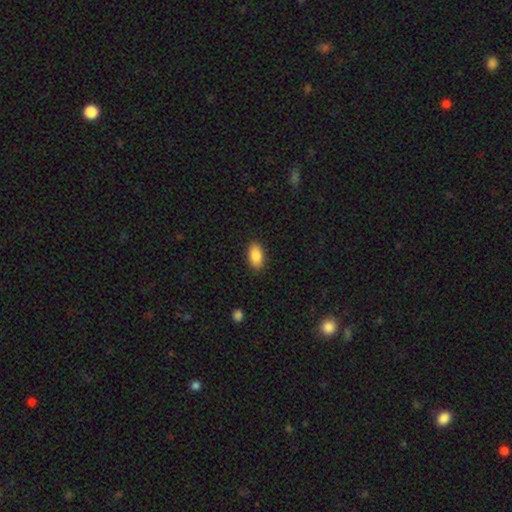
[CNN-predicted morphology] A smooth galaxy with no disk features (88%) that is in between round and cigar-shaped (93%).

Vote fractions:
- Smooth or featured? smooth: 88% / star or artifact: 7% / featured or disk: 5%
- How rounded? in between: 93% / cigar-shaped: 4% / round: 3%
- Merging? none: 88% / minor disturbance: 9% / major disturbance: 2% / merger: 1%